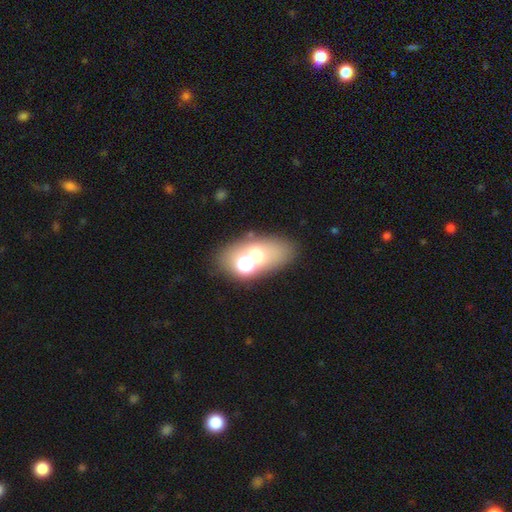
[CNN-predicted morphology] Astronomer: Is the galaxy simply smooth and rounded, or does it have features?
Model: smooth — 55%.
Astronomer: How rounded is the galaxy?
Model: in between — 73%.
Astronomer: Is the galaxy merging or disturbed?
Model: none — 50% (runner-up: merger, 33%).